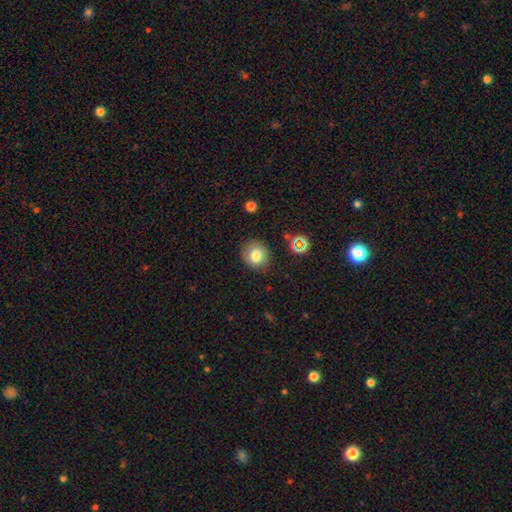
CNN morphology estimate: This appears to be a smooth galaxy with no disk features (78%) that is round (82%). Merging: none (86%).